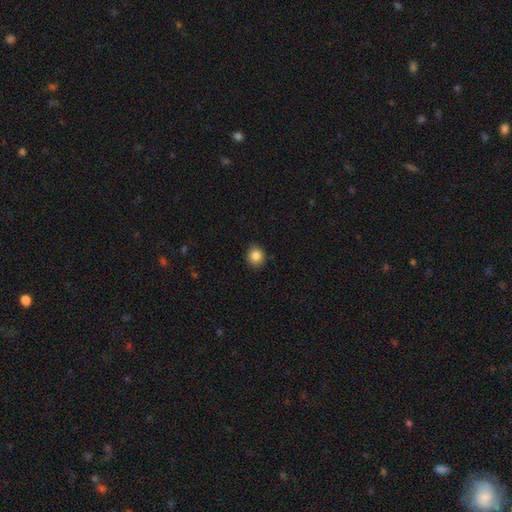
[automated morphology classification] This appears to be a smooth galaxy with no disk features (86%) that is round (90%). Merging: none (90%).